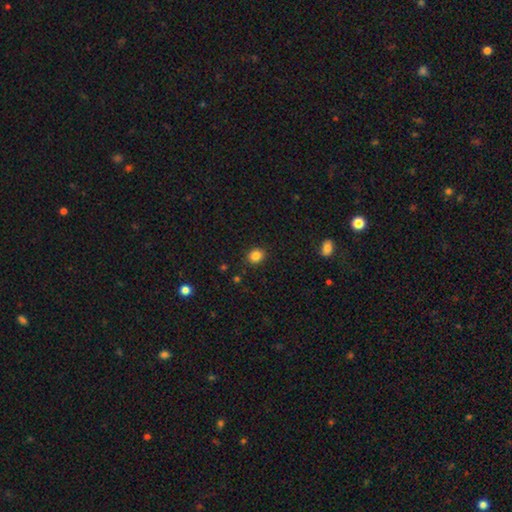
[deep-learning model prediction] Smooth or featured: smooth — 84% (star or artifact — 11%)
How rounded: round — 72% (in between — 27%)
Merging: none — 88% (minor disturbance — 8%)